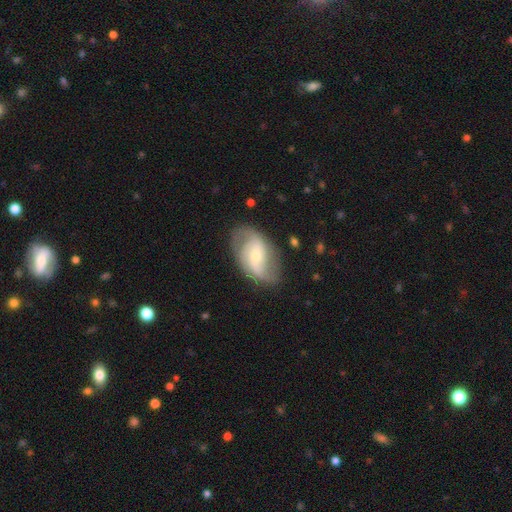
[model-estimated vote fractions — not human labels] smooth_or_featured: featured or disk (p=0.74) [alt: smooth p=0.20]
disk_edge_on: no (p=0.96) [alt: yes p=0.04]
bar: weak (p=0.44) [alt: no p=0.37]
has_spiral_arms: yes (p=0.89) [alt: no p=0.11]
spiral_winding: loose (p=0.45) [alt: medium p=0.39]
spiral_arm_count: 2 (p=0.81) [alt: can't tell p=0.10]
bulge_size: small (p=0.54) [alt: moderate p=0.41]
merging: none (p=0.72) [alt: minor disturbance p=0.18]